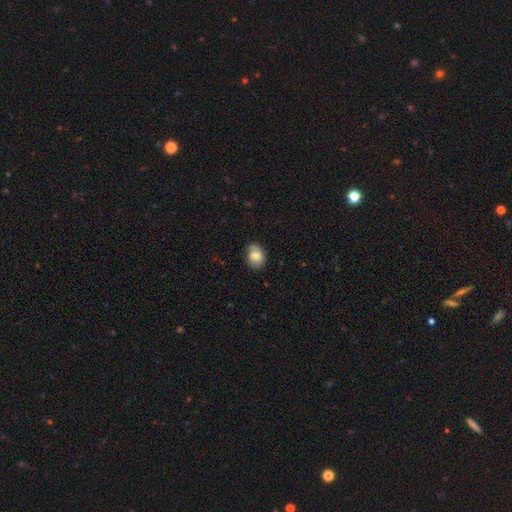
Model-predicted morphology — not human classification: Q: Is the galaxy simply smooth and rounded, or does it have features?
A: smooth — 64%.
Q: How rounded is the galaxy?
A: in between — 65%.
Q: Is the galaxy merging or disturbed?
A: none — 66%.